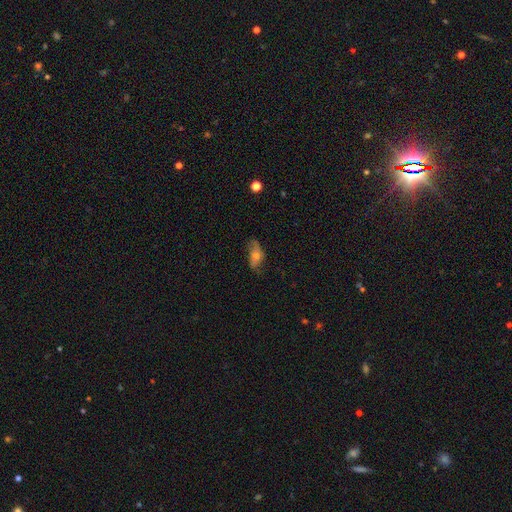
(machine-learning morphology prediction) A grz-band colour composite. It shows a featured or disk galaxy (47%). Merging: none (63%).